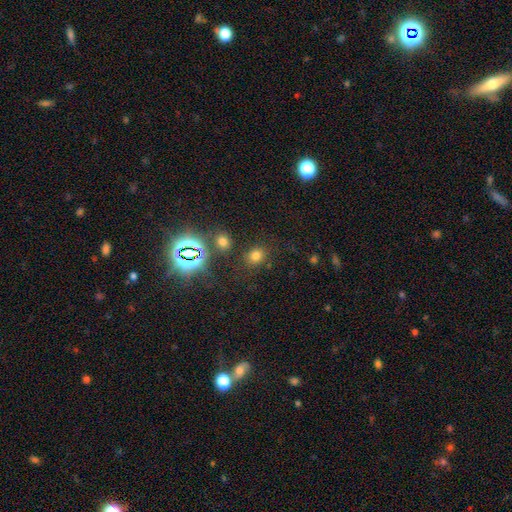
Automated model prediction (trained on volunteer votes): A smooth galaxy with no disk features (70%) that is round (68%). Merging: none (80%).